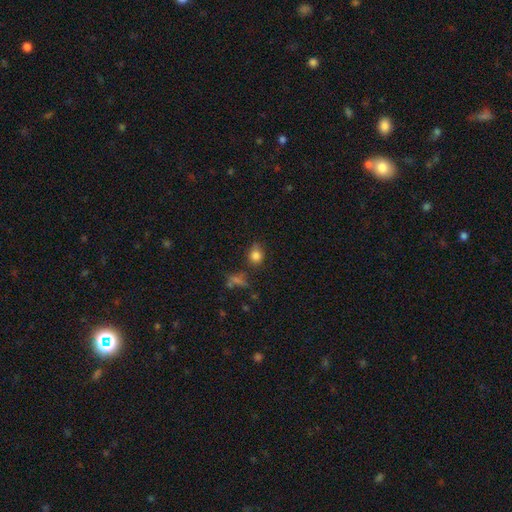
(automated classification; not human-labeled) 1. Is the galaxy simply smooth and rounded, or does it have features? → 81% smooth, 12% star or artifact, 7% featured or disk.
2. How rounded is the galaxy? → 72% round, 26% in between, 1% cigar-shaped.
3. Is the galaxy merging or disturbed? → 69% none, 19% minor disturbance, 6% merger, 6% major disturbance.